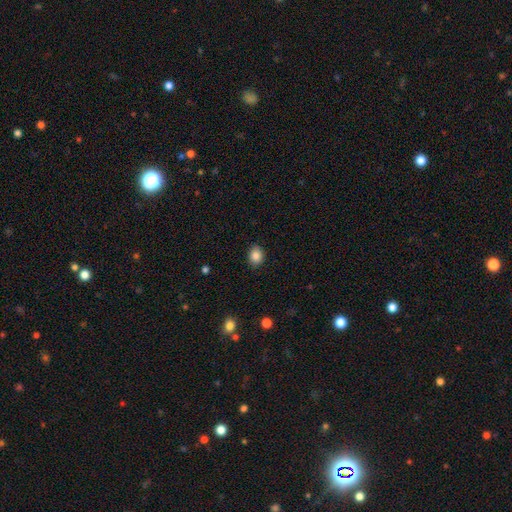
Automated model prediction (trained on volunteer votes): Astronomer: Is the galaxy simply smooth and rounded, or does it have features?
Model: smooth — 86%.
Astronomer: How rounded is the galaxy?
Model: in between — 55% (runner-up: round, 44%).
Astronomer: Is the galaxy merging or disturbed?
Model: none — 86%.